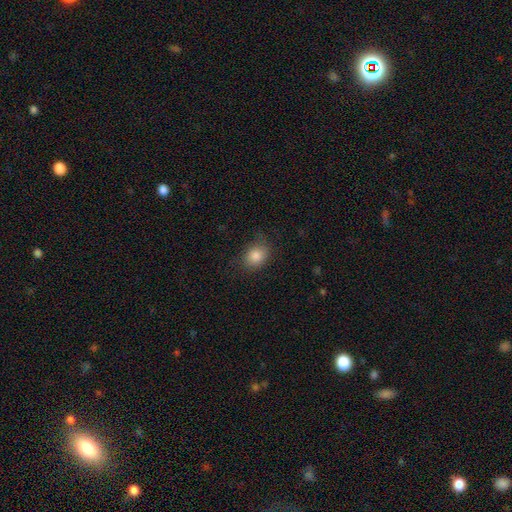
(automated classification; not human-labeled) The model was most divided on "how rounded": in between: 50%, round: 49%, cigar-shaped: 1%. More confident: smooth or featured — smooth (84%); merging — none (77%).